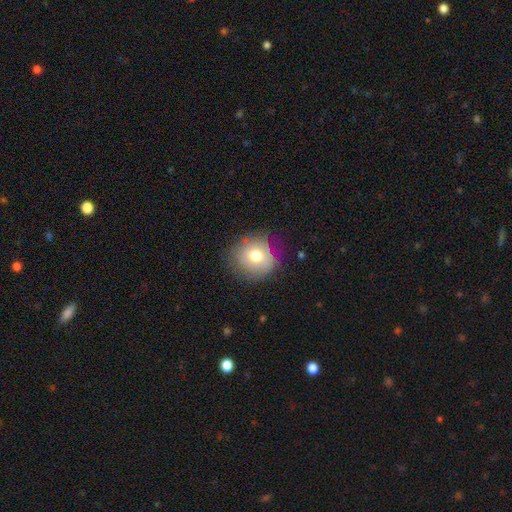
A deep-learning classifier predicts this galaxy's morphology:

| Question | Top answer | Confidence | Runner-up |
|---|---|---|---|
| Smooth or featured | smooth | 73% | featured or disk (17%) |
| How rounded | round | 87% | in between (12%) |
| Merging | none | 73% | minor disturbance (19%) |